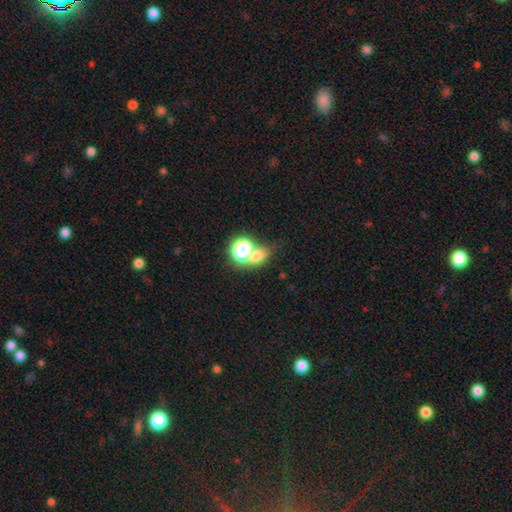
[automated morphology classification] smooth 65%, star or artifact 24%, featured or disk 11%. Down the decision tree: how rounded — round (57%); merging — none (48%).